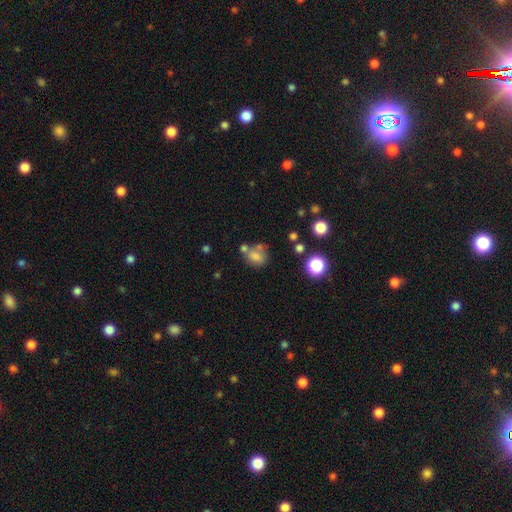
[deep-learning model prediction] Q: Smooth or featured?
A: smooth (69%); runner-up: featured or disk (17%)
Q: How rounded?
A: round (52%); runner-up: in between (46%)
Q: Merging?
A: none (51%); runner-up: merger (22%)